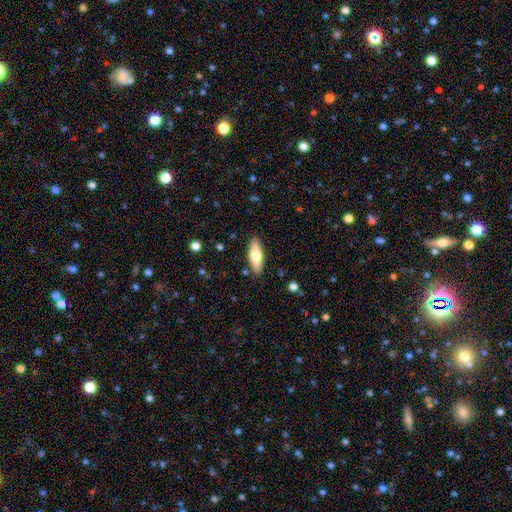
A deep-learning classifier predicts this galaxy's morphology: This appears to be a smooth galaxy with no disk features (60%) that is in between round and cigar-shaped (52%). Merging: none (87%).